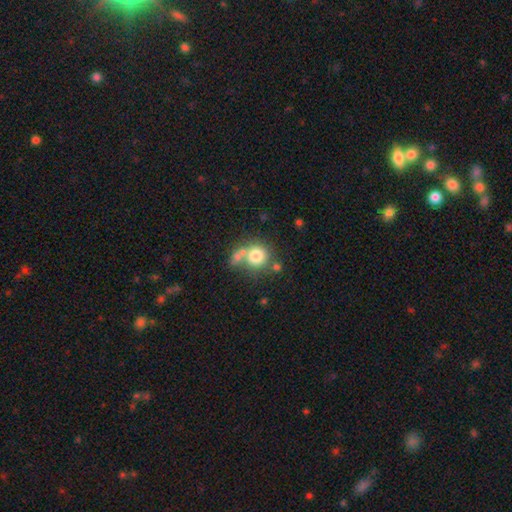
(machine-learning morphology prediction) smooth 75%, featured or disk 14%, star or artifact 11%. Down the decision tree: how rounded — round (87%); merging — none (49%).